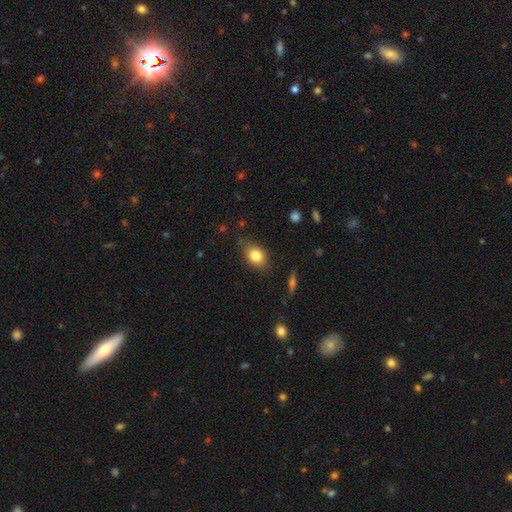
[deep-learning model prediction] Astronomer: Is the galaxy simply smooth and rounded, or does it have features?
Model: smooth — 81%.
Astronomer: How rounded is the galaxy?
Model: in between — 68%.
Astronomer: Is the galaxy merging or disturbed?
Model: none — 76%.